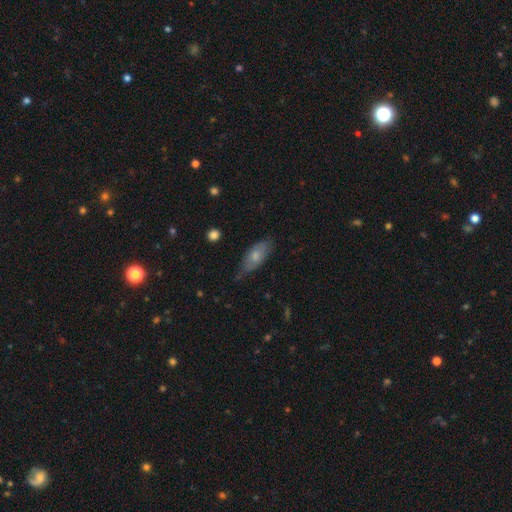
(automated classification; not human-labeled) This appears to be a smooth galaxy with no disk features (62%) that is in between round and cigar-shaped (81%). Merging: none (58%).